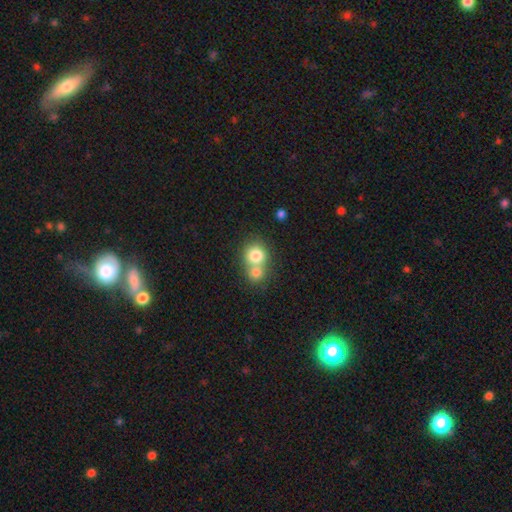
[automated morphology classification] This is likely a smooth galaxy (77%). How rounded: clearly round (80%). Merging: possibly merger (59%).